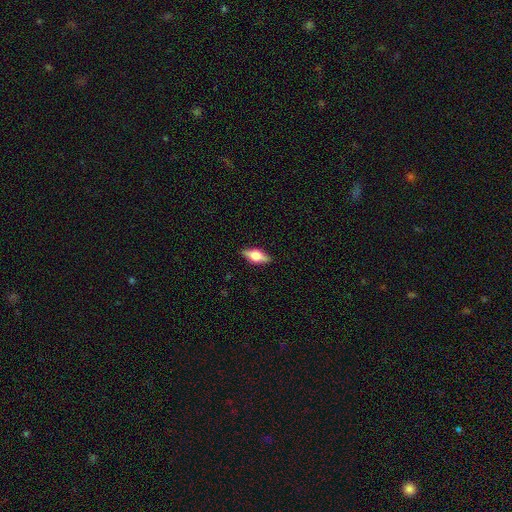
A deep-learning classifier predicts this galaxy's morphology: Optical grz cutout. It shows a smooth galaxy with no disk features (48%). Merging: none (88%).